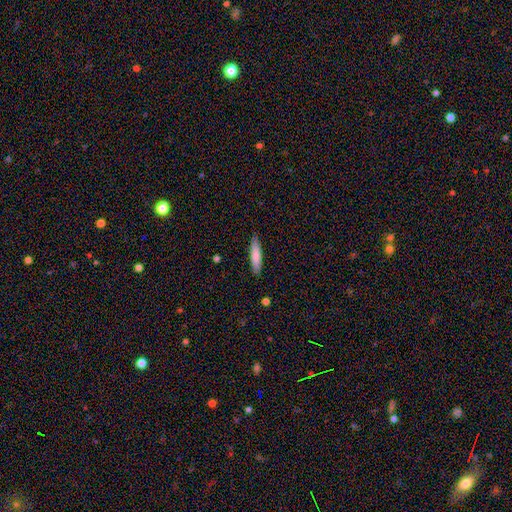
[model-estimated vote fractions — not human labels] Q: Smooth or featured?
A: smooth (81%); runner-up: featured or disk (14%)
Q: How rounded?
A: cigar-shaped (81%); runner-up: in between (17%)
Q: Merging?
A: none (89%); runner-up: minor disturbance (8%)